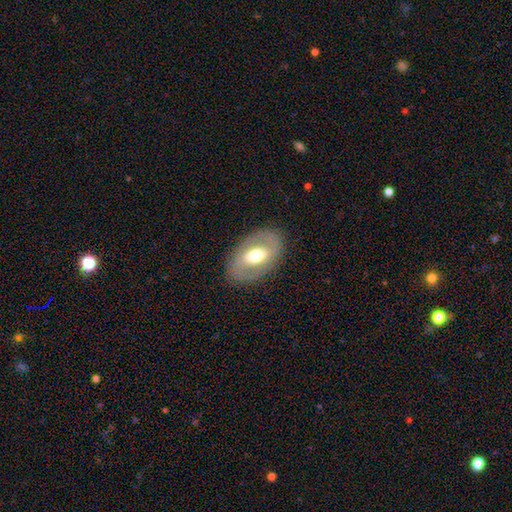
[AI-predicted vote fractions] Overall: featured or disk (54%; smooth 39%). Edge-on disk: no (91%). Merging: none (83%).